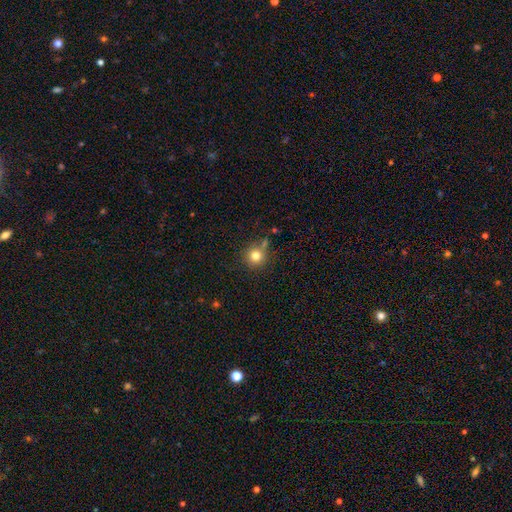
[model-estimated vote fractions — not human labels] A smooth galaxy with no disk features (79%) that is round (92%). Merging: none (72%).